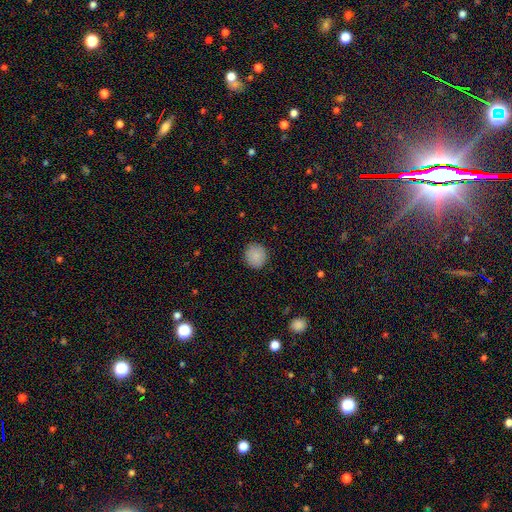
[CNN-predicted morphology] This appears to be a smooth galaxy with no disk features (88%) that is round (90%). Merging: none (90%).